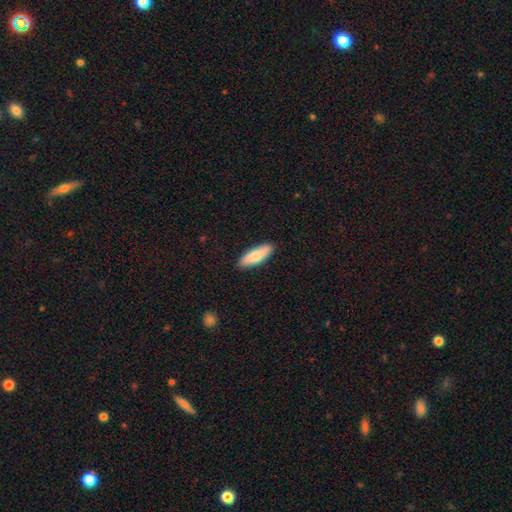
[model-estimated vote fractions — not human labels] smooth-or-featured: smooth: 76% | featured or disk: 18% | star or artifact: 5%
  how-rounded: in between: 51% | cigar-shaped: 47% | round: 2%
  merging: none: 89% | minor disturbance: 8% | major disturbance: 2% | merger: 1%